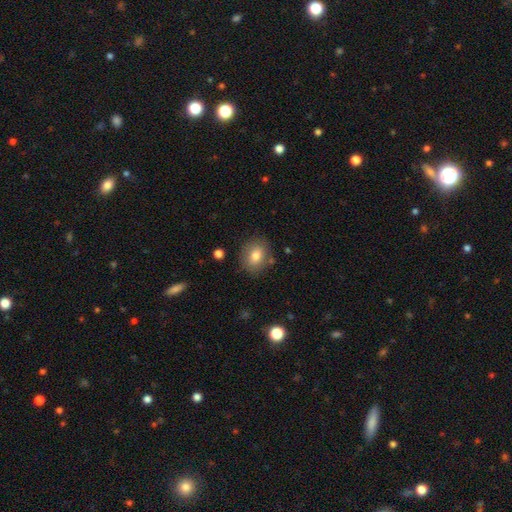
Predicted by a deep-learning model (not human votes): Q: Smooth or featured?
A: smooth (78%); runner-up: featured or disk (13%)
Q: How rounded?
A: round (50%); runner-up: in between (49%)
Q: Merging?
A: none (81%); runner-up: minor disturbance (12%)